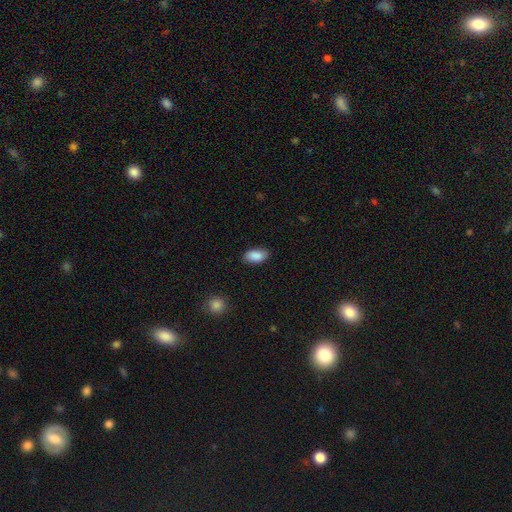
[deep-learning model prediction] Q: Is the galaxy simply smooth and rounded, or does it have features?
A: smooth — 89%.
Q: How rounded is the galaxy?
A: in between — 92%.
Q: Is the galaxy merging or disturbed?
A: none — 85%.